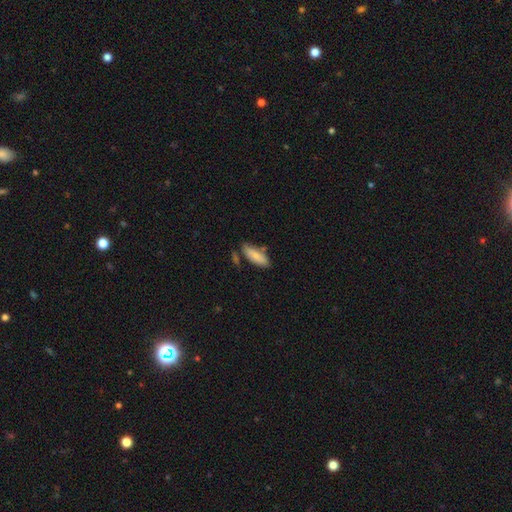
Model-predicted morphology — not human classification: smooth 81%, featured or disk 13%, star or artifact 6%. Down the decision tree: how rounded — in between (65%); merging — none (71%).